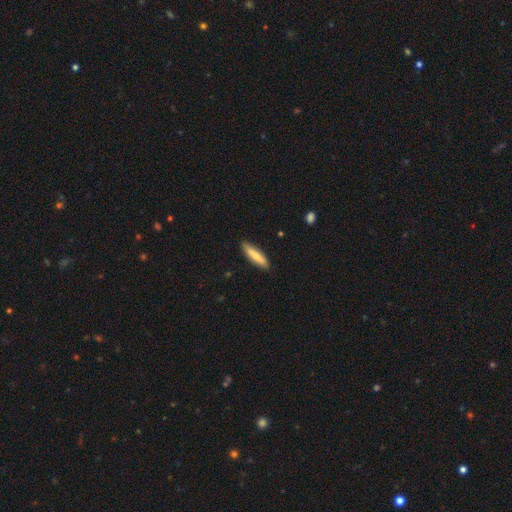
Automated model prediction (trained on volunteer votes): Morphology: type=smooth (72%); roundness=cigar-shaped (73%); merging=none (87%).